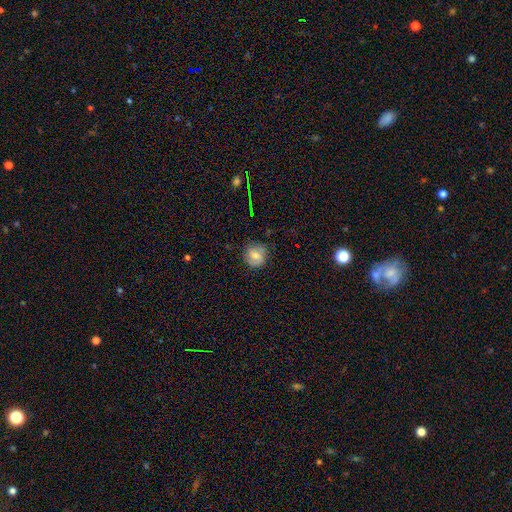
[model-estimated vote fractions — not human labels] A smooth galaxy with no disk features (58%) that is round (86%). Merging: none (77%).